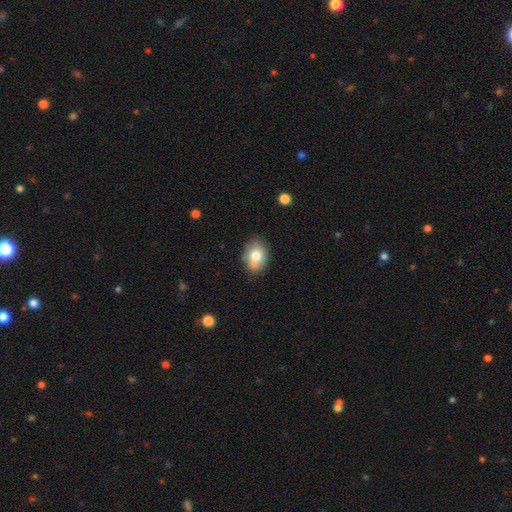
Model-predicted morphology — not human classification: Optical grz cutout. It shows a smooth galaxy with no disk features (77%) that is in between round and cigar-shaped (73%). Merging: none (71%).